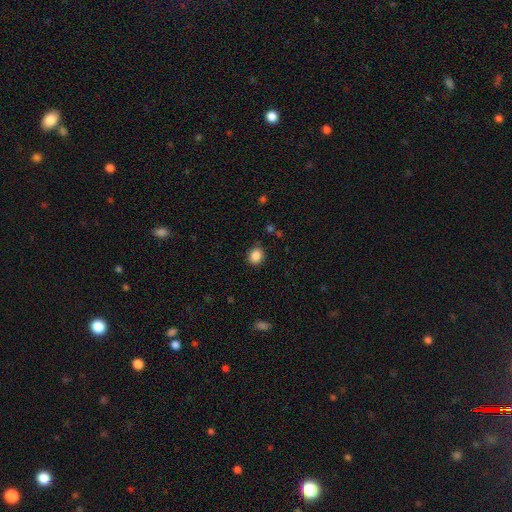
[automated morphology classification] Overall: smooth (86%). How rounded: round (72%). Merging: none (87%).